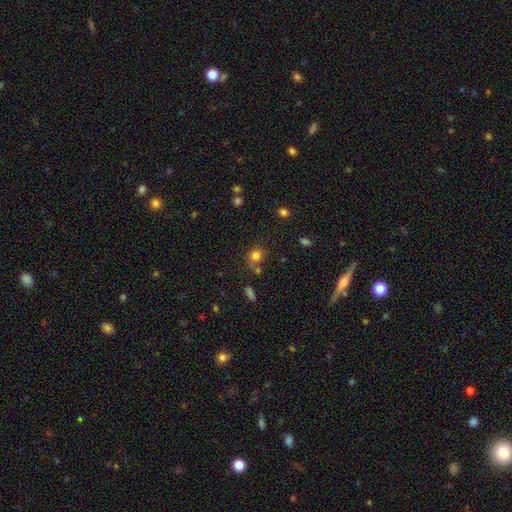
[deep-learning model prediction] Overall: smooth (79%). How rounded: round (82%). Merging: none (63%).